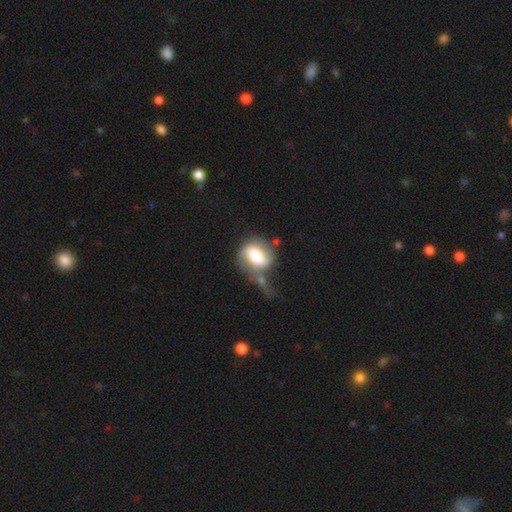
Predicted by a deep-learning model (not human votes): featured or disk 48%, smooth 45%, star or artifact 7%. Down the decision tree: merging — none (32%).